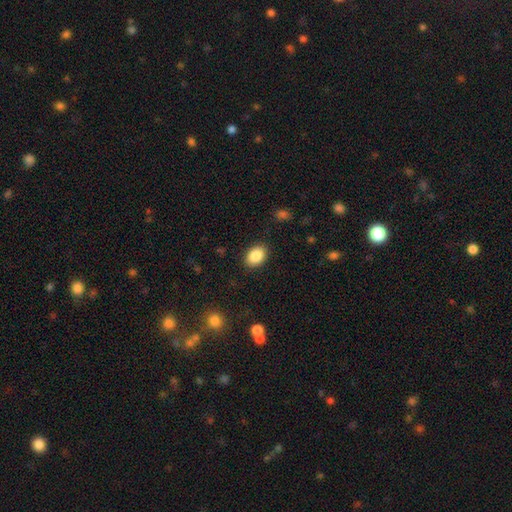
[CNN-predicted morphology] A smooth galaxy with no disk features (87%) that is in between round and cigar-shaped (76%).

Vote fractions:
- Smooth or featured? smooth: 87% / star or artifact: 8% / featured or disk: 5%
- How rounded? in between: 76% / round: 23% / cigar-shaped: 1%
- Merging? none: 88% / minor disturbance: 8% / major disturbance: 2% / merger: 1%